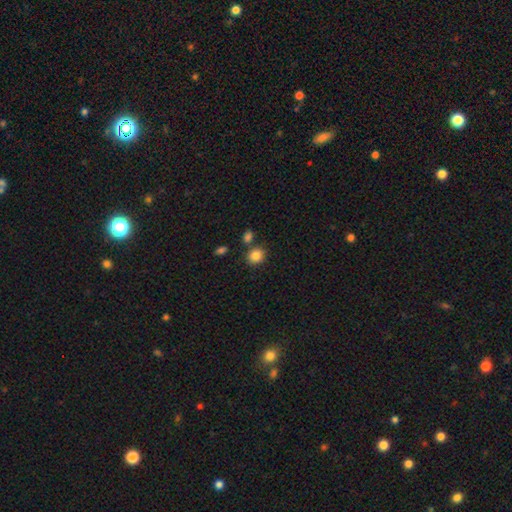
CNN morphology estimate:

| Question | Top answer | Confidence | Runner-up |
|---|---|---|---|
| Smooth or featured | smooth | 85% | star or artifact (10%) |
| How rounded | round | 72% | in between (27%) |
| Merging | none | 75% | merger (12%) |